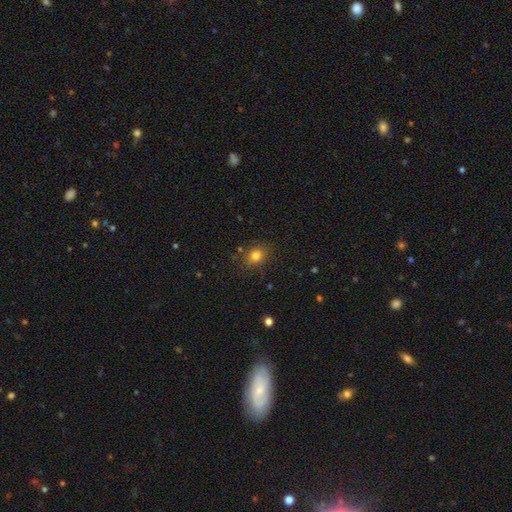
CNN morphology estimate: Overall: smooth (79%). How rounded: round (69%; in between 30%). Merging: none (80%).